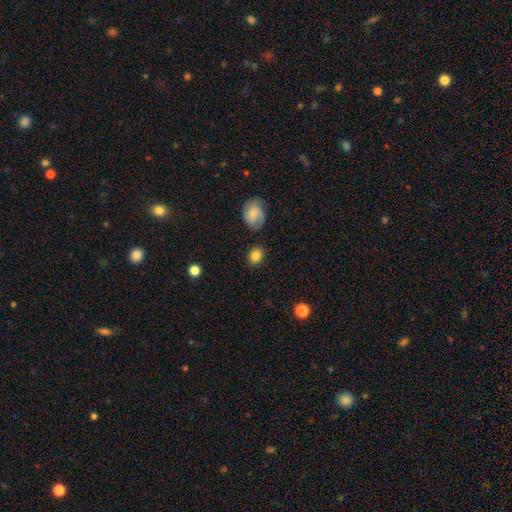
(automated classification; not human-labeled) Smooth or featured: smooth — 84% (star or artifact — 8%)
How rounded: round — 56% (in between — 43%)
Merging: none — 85% (minor disturbance — 10%)